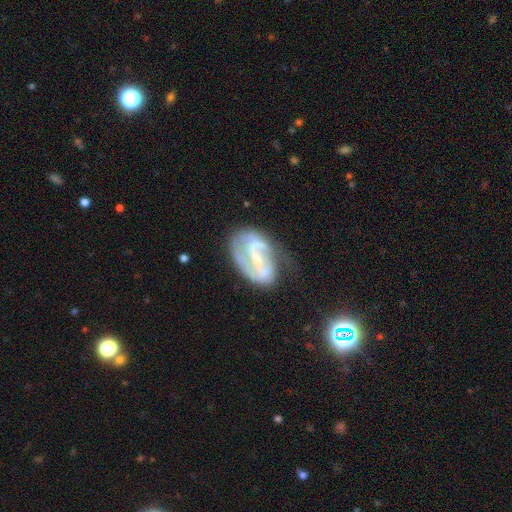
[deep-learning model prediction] A featured or disk galaxy (83%) with a strong bar (43%), 2 (75%) medium (46%) spiral arms (90%) and a small central bulge (64%).

Vote fractions:
- Smooth or featured? featured or disk: 83% / smooth: 11% / star or artifact: 6%
- Edge-on disk? no: 97% / yes: 3%
- Bar? strong: 43% / weak: 39% / no: 18%
- Spiral arms? yes: 90% / no: 10%
- Spiral winding? medium: 46% / tight: 33% / loose: 21%
- Spiral arm count? 2: 75% / can't tell: 11% / 1: 8% / 3: 3% / 4: 1% / more than 4: 1%
- Bulge size? small: 64% / moderate: 25% / none: 8% / large: 2% / dominant: 1%
- Merging? none: 56% / minor disturbance: 26% / major disturbance: 15% / merger: 3%